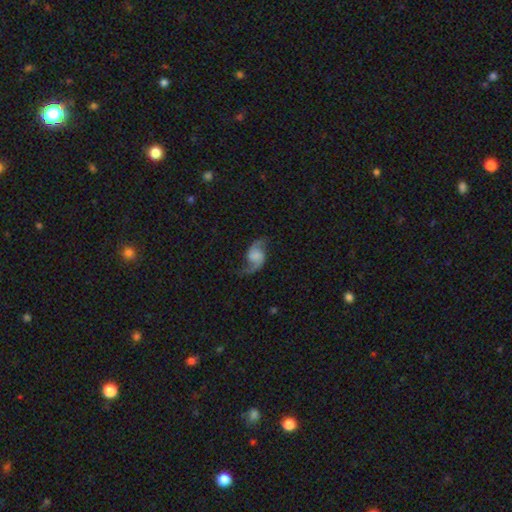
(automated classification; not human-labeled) Overall: featured or disk (85%). Edge-on disk: no (98%). Bar: no (53%; weak 36%). Spiral arms: yes (97%). Spiral arm count: 2 (93%). Spiral winding: loose (72%). Bulge size: none (52%; large 16%). Merging: none (75%).